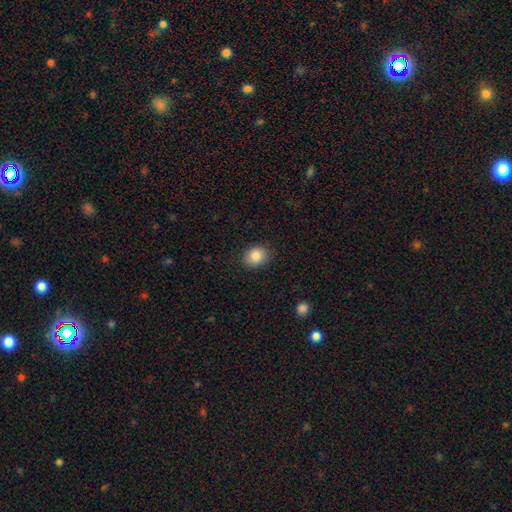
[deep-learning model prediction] smooth-or-featured: smooth: 85% | star or artifact: 9% | featured or disk: 6%
  how-rounded: round: 53% | in between: 46% | cigar-shaped: 1%
  merging: none: 87% | minor disturbance: 9% | major disturbance: 2% | merger: 1%